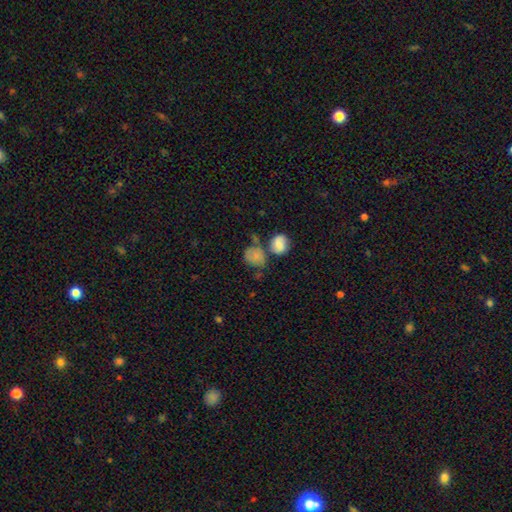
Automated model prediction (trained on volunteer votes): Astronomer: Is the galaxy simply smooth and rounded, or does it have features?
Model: smooth — 76%.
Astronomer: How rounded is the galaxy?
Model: round — 66%.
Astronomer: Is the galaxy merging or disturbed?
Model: none — 43% (runner-up: merger, 33%).